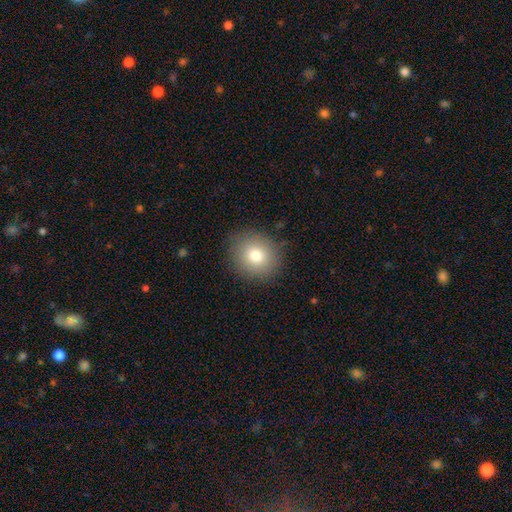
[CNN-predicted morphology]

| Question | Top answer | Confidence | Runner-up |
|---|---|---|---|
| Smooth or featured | smooth | 78% | star or artifact (11%) |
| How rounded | round | 81% | in between (18%) |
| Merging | none | 87% | minor disturbance (9%) |